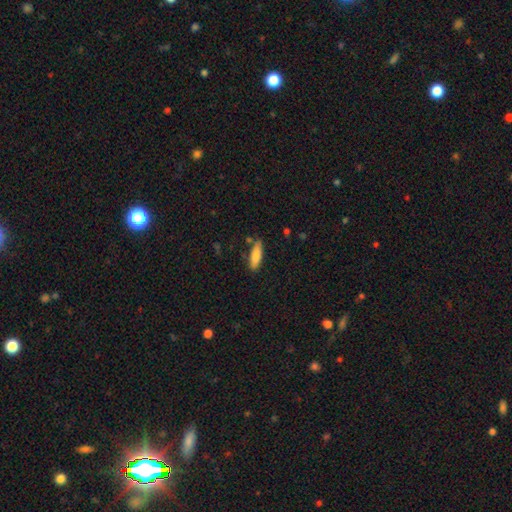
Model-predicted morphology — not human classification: Q: Smooth or featured?
A: smooth (80%); runner-up: featured or disk (14%)
Q: How rounded?
A: cigar-shaped (54%); runner-up: in between (44%)
Q: Merging?
A: none (78%); runner-up: minor disturbance (15%)